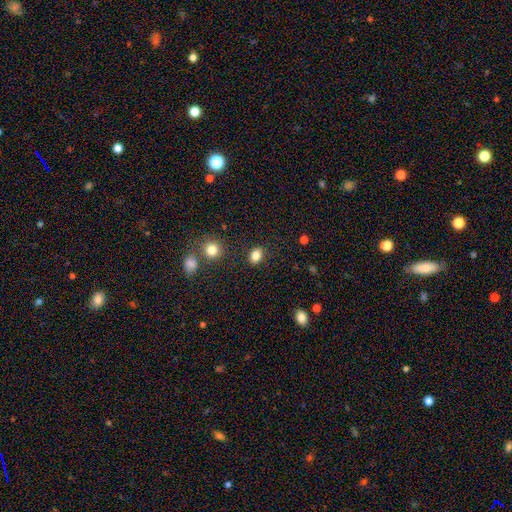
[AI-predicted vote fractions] Morphology: type=smooth (84%); roundness=in between (70%); merging=none (85%).